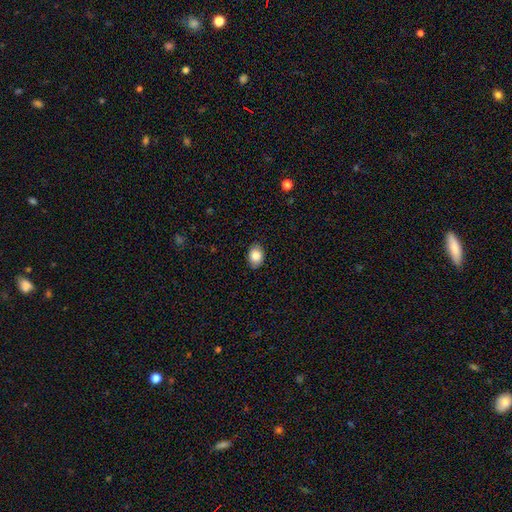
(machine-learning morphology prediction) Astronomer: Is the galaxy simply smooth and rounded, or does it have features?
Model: smooth — 86%.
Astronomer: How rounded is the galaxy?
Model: in between — 73%.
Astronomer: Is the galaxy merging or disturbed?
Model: none — 87%.